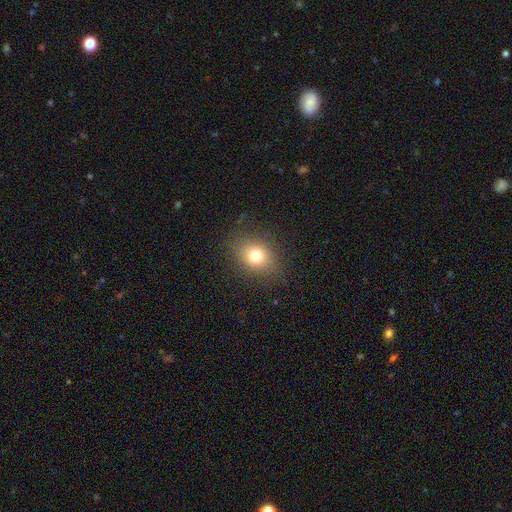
Volunteers were most divided on "how rounded": in between: 68%, round: 32%, cigar-shaped: 0%. More confident: smooth or featured — smooth (82%); merging — none (81%).